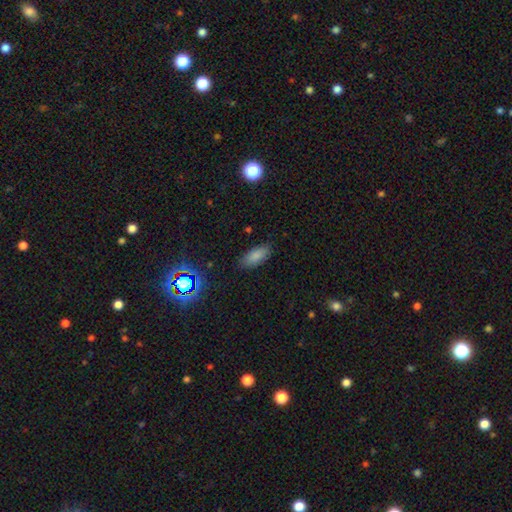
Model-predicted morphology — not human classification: Q: Smooth or featured?
A: smooth (83%); runner-up: star or artifact (10%)
Q: How rounded?
A: in between (85%); runner-up: cigar-shaped (12%)
Q: Merging?
A: none (84%); runner-up: minor disturbance (12%)